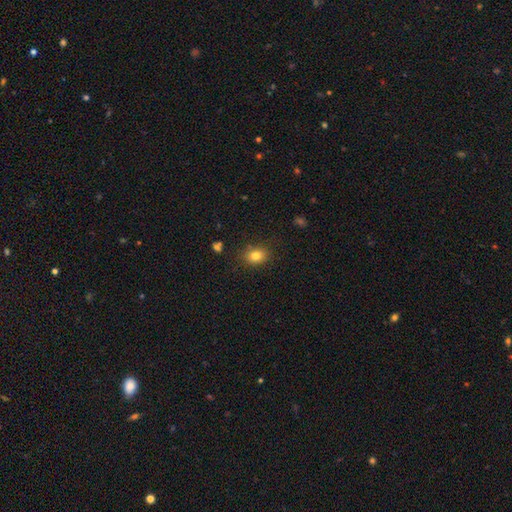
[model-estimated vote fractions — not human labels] Smooth or featured: smooth — 81% (star or artifact — 11%)
How rounded: in between — 57% (round — 42%)
Merging: none — 85% (minor disturbance — 11%)